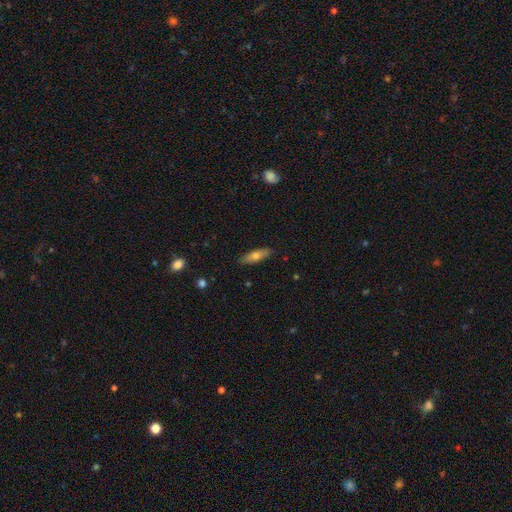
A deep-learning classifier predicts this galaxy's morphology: Smooth or featured? Predicted: smooth (p=0.67). How rounded? Predicted: cigar-shaped (p=0.49, tied with in between). Merging? Predicted: none (p=0.87).